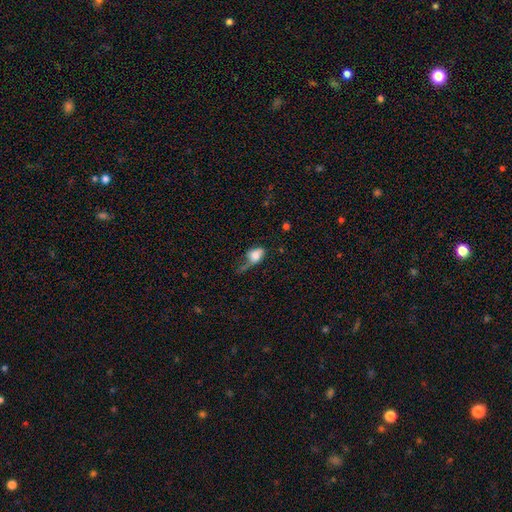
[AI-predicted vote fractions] smooth_or_featured: smooth (p=0.72) [alt: featured or disk p=0.19]
how_rounded: in between (p=0.76) [alt: round p=0.21]
merging: major disturbance (p=0.35) [alt: minor disturbance p=0.31]